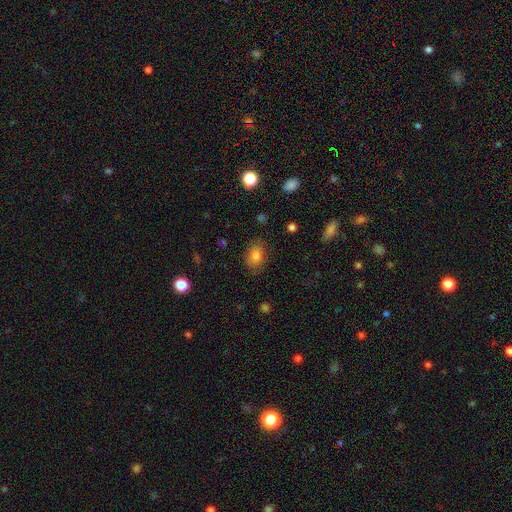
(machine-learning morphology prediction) Smooth or featured? Predicted: smooth (p=0.81). How rounded? Predicted: in between (p=0.78). Merging? Predicted: none (p=0.79).